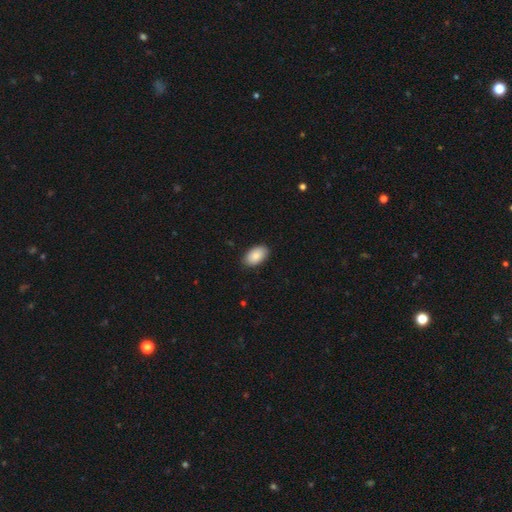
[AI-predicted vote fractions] smooth_or_featured: smooth (p=0.87) [alt: featured or disk p=0.07]
how_rounded: in between (p=0.95) [alt: round p=0.04]
merging: none (p=0.87) [alt: minor disturbance p=0.10]